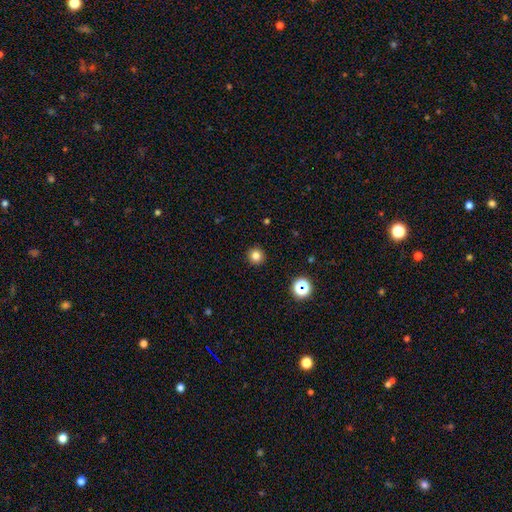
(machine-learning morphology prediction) Smooth or featured? Predicted: smooth (p=0.81). How rounded? Predicted: round (p=0.95). Merging? Predicted: none (p=0.93).